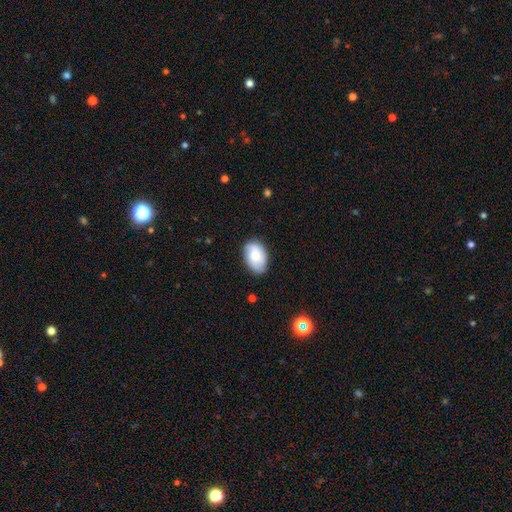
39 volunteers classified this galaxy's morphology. This appears to be a smooth galaxy with no disk features (46%, tied with featured or disk) that is in between round and cigar-shaped (89%). Merging: none (89%).